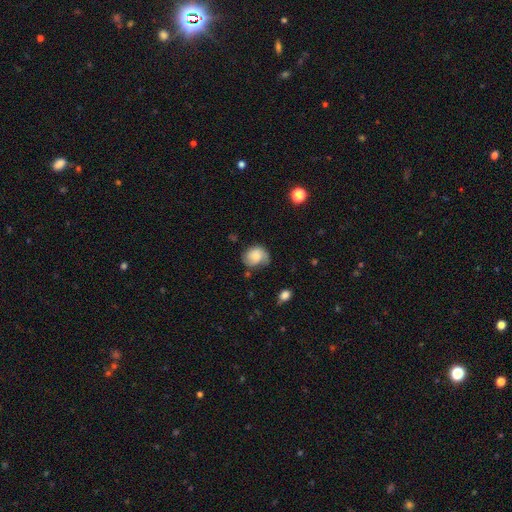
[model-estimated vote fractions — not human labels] smooth-or-featured: smooth: 58% | featured or disk: 33% | star or artifact: 9%
  how-rounded: round: 61% | in between: 38% | cigar-shaped: 1%
  merging: none: 53% | minor disturbance: 32% | major disturbance: 13% | merger: 3%